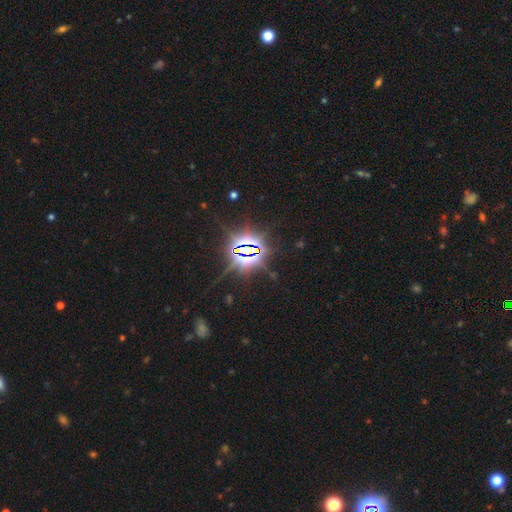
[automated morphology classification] smooth_or_featured: star or artifact (p=0.85) [alt: featured or disk p=0.07]